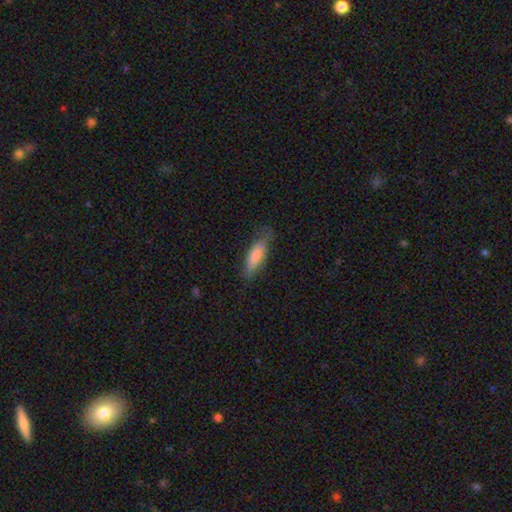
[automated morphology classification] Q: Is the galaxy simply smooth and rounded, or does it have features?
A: smooth — 78%.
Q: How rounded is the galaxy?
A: in between — 56%.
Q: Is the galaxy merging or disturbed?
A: none — 59%.